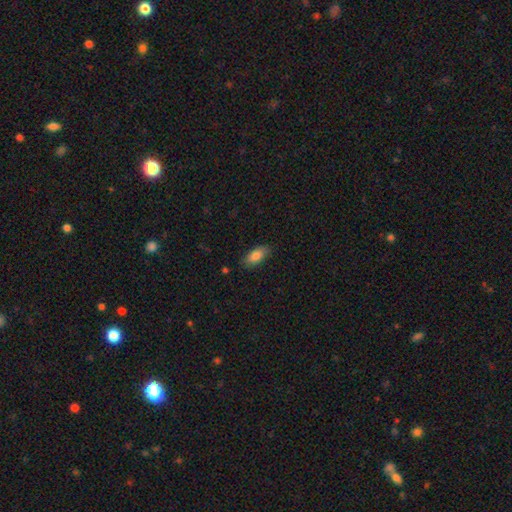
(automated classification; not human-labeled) Smooth or featured: smooth — 84% (featured or disk — 9%)
How rounded: in between — 87% (cigar-shaped — 11%)
Merging: none — 83% (minor disturbance — 13%)